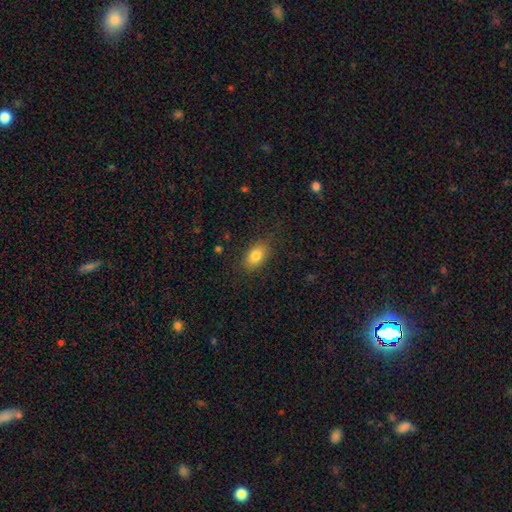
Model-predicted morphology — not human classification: A smooth galaxy with no disk features (82%) that is in between round and cigar-shaped (88%). Merging: none (82%).